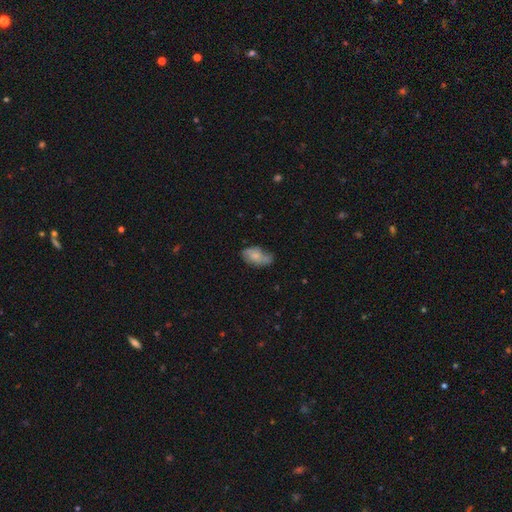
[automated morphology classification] A smooth galaxy with no disk features (57%) that is in between round and cigar-shaped (91%). Merging: none (54%).